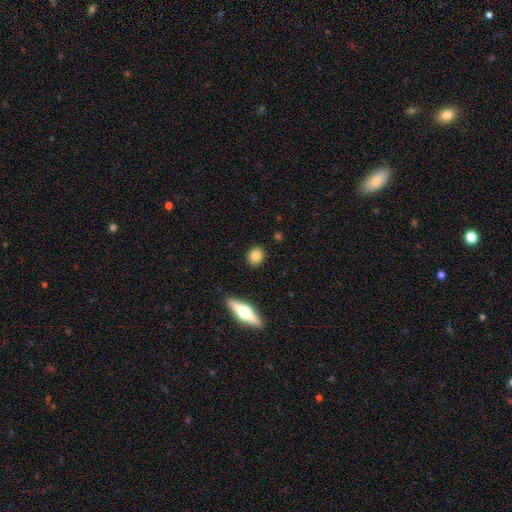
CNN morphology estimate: Q: Smooth or featured?
A: smooth (81%); runner-up: featured or disk (11%)
Q: How rounded?
A: round (66%); runner-up: in between (31%)
Q: Merging?
A: none (90%); runner-up: minor disturbance (6%)